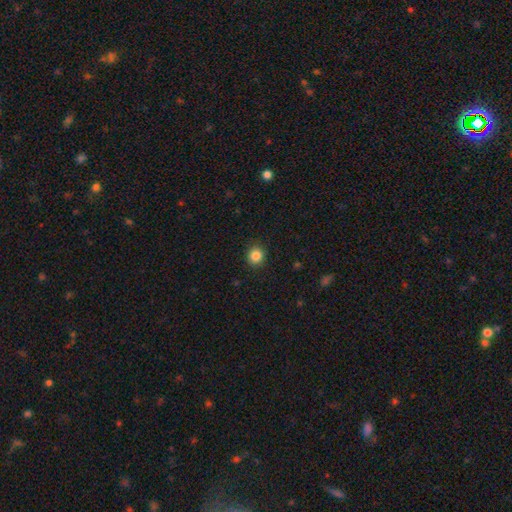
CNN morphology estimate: This is clearly a smooth galaxy (85%). How rounded: clearly round (87%). Merging: clearly none (91%).